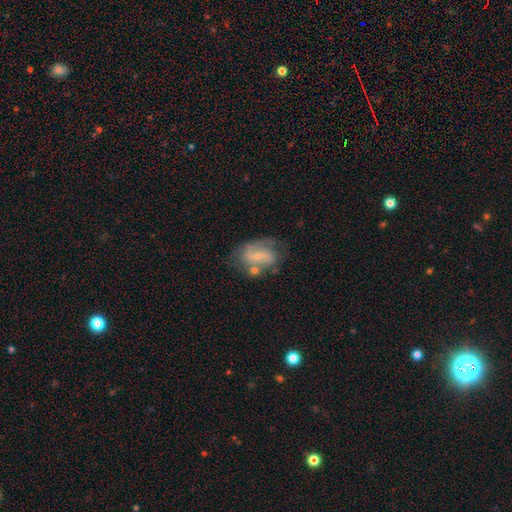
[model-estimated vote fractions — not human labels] A featured or disk galaxy (67%) with a weak bar (43%), 2 (72%) medium (45%) spiral arms (81%) and a small central bulge (69%).

Vote fractions:
- Smooth or featured? featured or disk: 67% / smooth: 26% / star or artifact: 7%
- Edge-on disk? no: 96% / yes: 4%
- Bar? weak: 43% / no: 39% / strong: 18%
- Spiral arms? yes: 81% / no: 19%
- Spiral winding? medium: 45% / loose: 34% / tight: 21%
- Spiral arm count? 2: 72% / can't tell: 15% / 1: 6% / 3: 4% / 4: 1% / more than 4: 1%
- Bulge size? small: 69% / moderate: 25% / none: 4% / large: 1% / dominant: 1%
- Merging? none: 49% / minor disturbance: 23% / merger: 15% / major disturbance: 13%